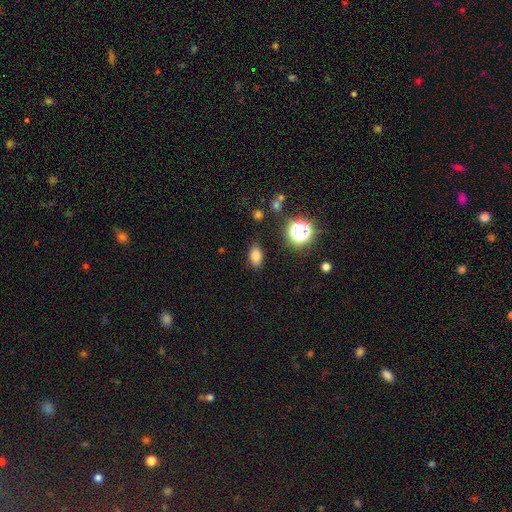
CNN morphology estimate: Smooth or featured?
  - smooth: 78% *
  - star or artifact: 15%
  - featured or disk: 6%
How rounded?
  - in between: 84% *
  - round: 14%
  - cigar-shaped: 2%
Merging?
  - none: 84% *
  - minor disturbance: 11%
  - major disturbance: 3%
  - merger: 2%